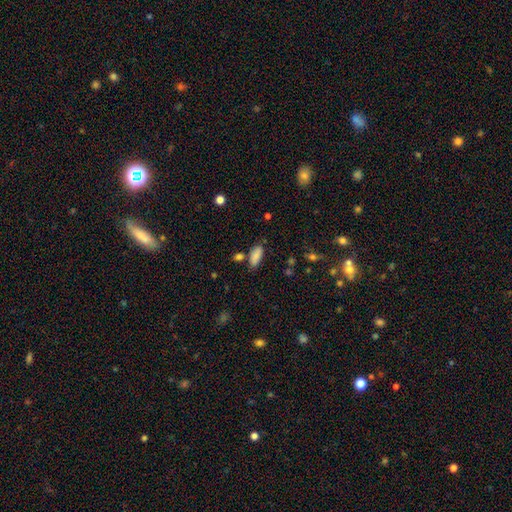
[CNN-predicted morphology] This is clearly a smooth galaxy (86%). How rounded: clearly in between (86%). Merging: likely none (72%).